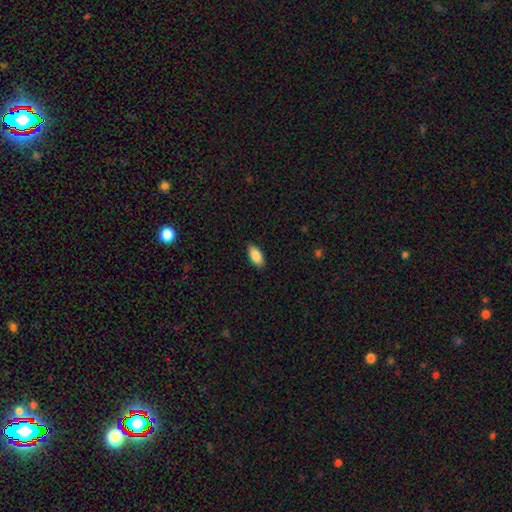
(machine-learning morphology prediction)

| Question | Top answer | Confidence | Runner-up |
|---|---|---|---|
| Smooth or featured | smooth | 88% | star or artifact (6%) |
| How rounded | in between | 91% | cigar-shaped (7%) |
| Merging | none | 87% | minor disturbance (10%) |